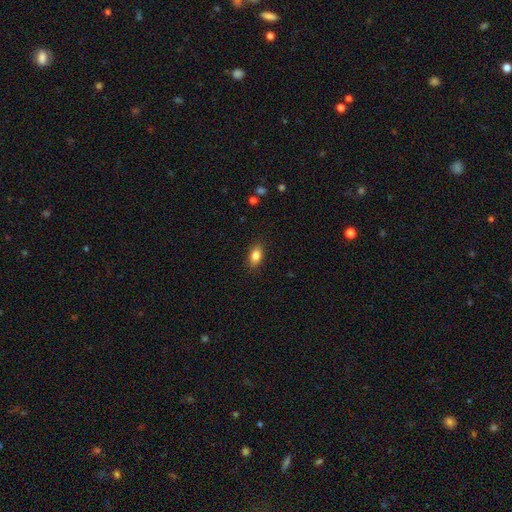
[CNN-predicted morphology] The model was most divided on "smooth or featured": smooth: 85%, star or artifact: 8%, featured or disk: 7%. More confident: merging — none (88%); how rounded — in between (87%).